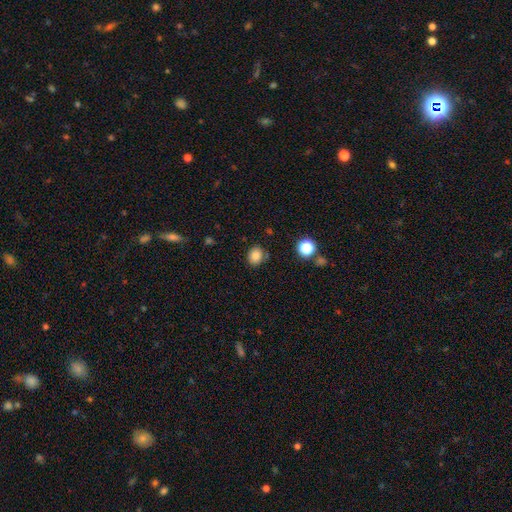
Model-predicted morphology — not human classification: Smooth or featured? smooth (83%)
How rounded? round (66%)
Merging? none (79%)